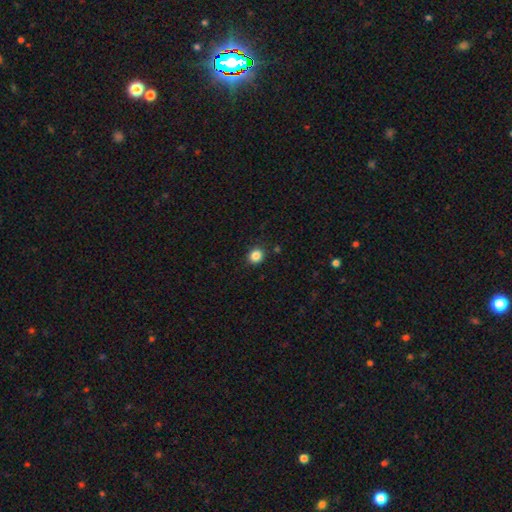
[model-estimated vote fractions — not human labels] A smooth galaxy with no disk features (85%) that is round (82%).

Vote fractions:
- Smooth or featured? smooth: 85% / star or artifact: 11% / featured or disk: 3%
- How rounded? round: 82% / in between: 18% / cigar-shaped: 1%
- Merging? none: 89% / minor disturbance: 8% / major disturbance: 2% / merger: 2%